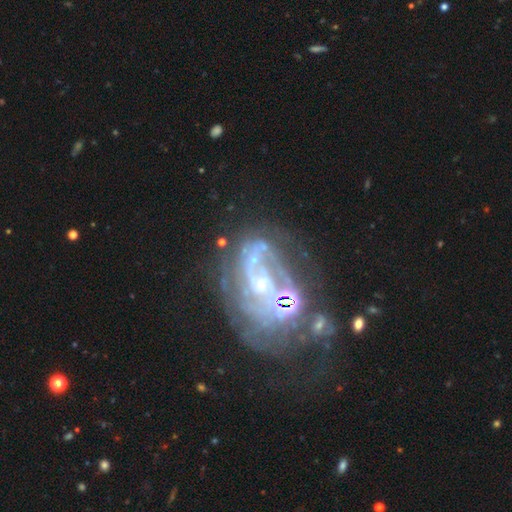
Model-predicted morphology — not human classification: A featured or disk galaxy (81%) with no bar (54%), 2 (42%) medium (44%) spiral arms (91%) and a small central bulge (70%).

Vote fractions:
- Smooth or featured? featured or disk: 81% / star or artifact: 11% / smooth: 7%
- Edge-on disk? no: 98% / yes: 2%
- Bar? no: 54% / weak: 33% / strong: 14%
- Spiral arms? yes: 91% / no: 9%
- Spiral winding? medium: 44% / tight: 40% / loose: 16%
- Spiral arm count? 2: 42% / can't tell: 24% / 3: 15% / 1: 7% / 4: 7% / more than 4: 6%
- Bulge size? small: 70% / moderate: 18% / none: 8% / large: 2% / dominant: 1%
- Merging? none: 48% / major disturbance: 21% / minor disturbance: 19% / merger: 12%